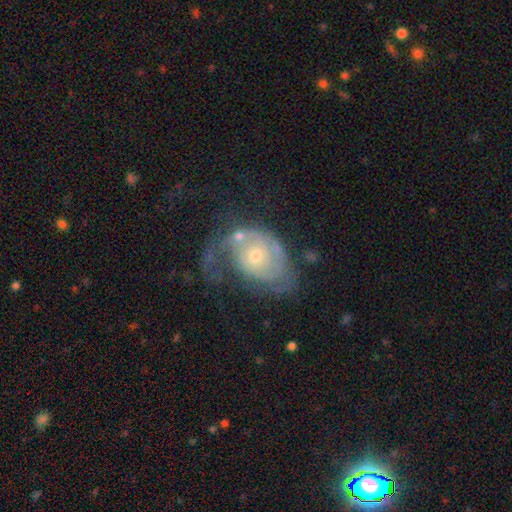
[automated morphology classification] featured or disk 78%, smooth 16%, star or artifact 7%. Down the decision tree: edge-on disk — no (97%); bar — no (76%); spiral arms — yes (86%); spiral arm count — 2 (35%); spiral winding — tight (52%); bulge size — small (51%); merging — major disturbance (35%).